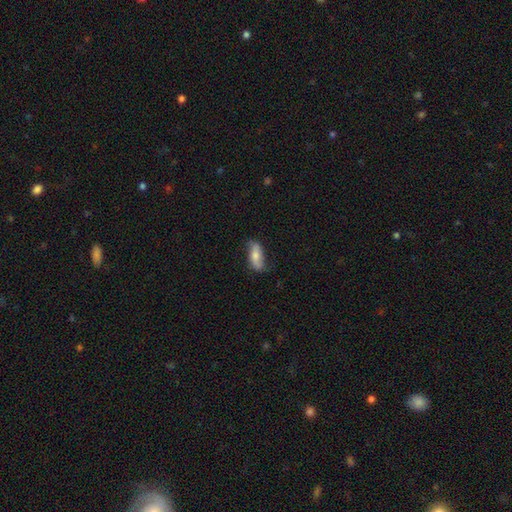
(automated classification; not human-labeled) Smooth or featured: smooth — 61% (featured or disk — 33%)
How rounded: in between — 75% (cigar-shaped — 22%)
Merging: none — 70% (minor disturbance — 23%)